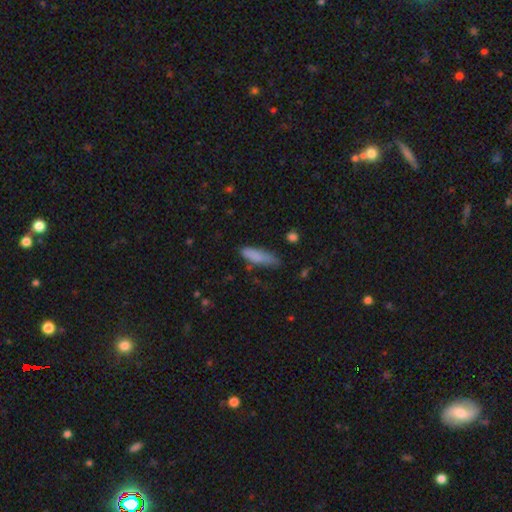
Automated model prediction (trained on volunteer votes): Smooth or featured? smooth (83%)
How rounded? cigar-shaped (62%)
Merging? none (60%)